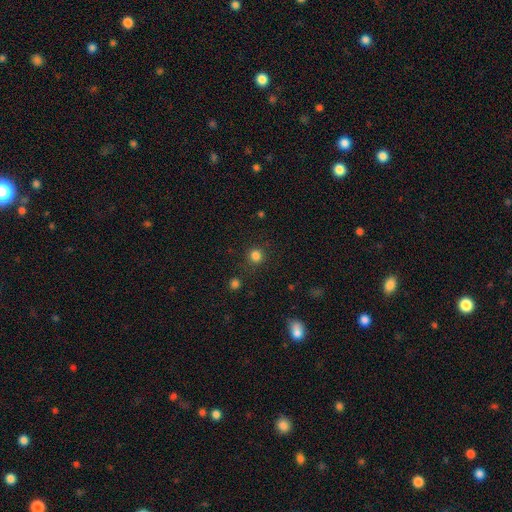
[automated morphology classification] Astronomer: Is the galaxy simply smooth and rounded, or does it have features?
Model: smooth — 82%.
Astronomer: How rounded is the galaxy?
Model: round — 93%.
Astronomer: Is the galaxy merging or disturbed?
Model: none — 87%.